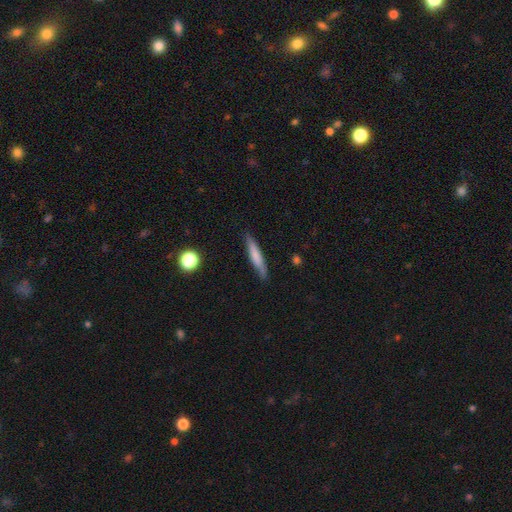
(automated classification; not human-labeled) A smooth galaxy with no disk features (66%) that is cigar-shaped (89%).

Vote fractions:
- Smooth or featured? smooth: 66% / featured or disk: 27% / star or artifact: 7%
- How rounded? cigar-shaped: 89% / in between: 10% / round: 2%
- Merging? none: 83% / minor disturbance: 13% / major disturbance: 3% / merger: 2%